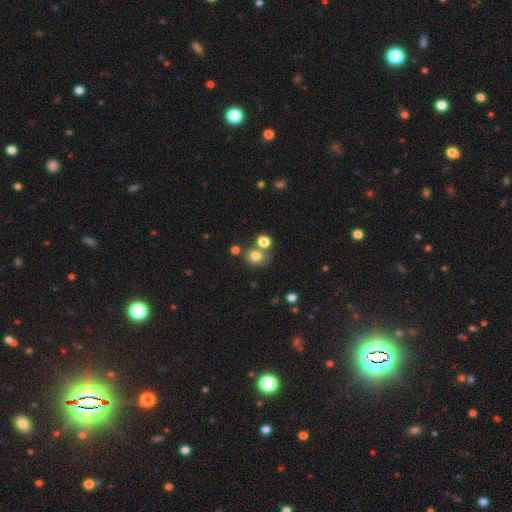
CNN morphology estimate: type=smooth (77%); roundness=round (72%); merging=none (63%).